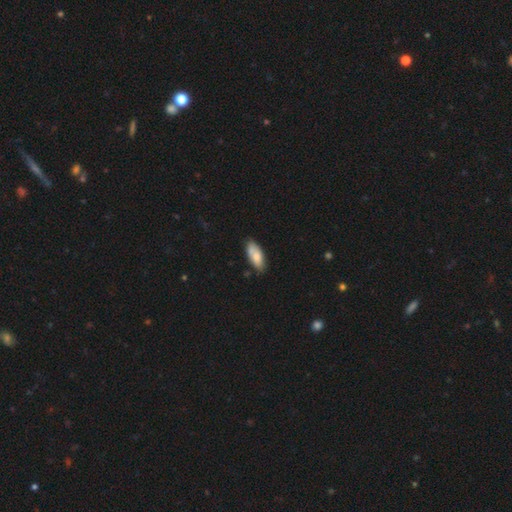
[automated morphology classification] A smooth galaxy with no disk features (76%) that is in between round and cigar-shaped (83%).

Vote fractions:
- Smooth or featured? smooth: 76% / featured or disk: 18% / star or artifact: 6%
- How rounded? in between: 83% / cigar-shaped: 15% / round: 2%
- Merging? none: 73% / minor disturbance: 21% / major disturbance: 3% / merger: 3%